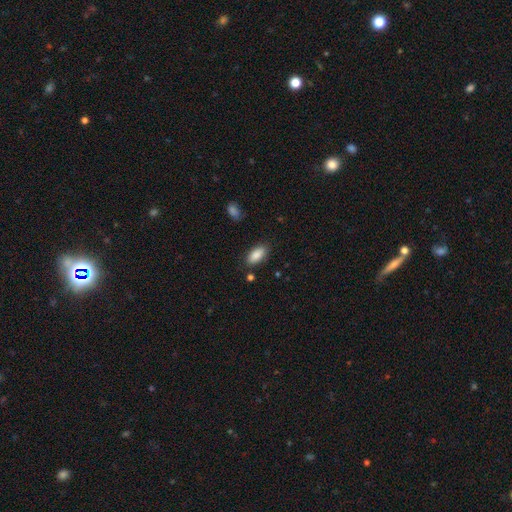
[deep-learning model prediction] Q: Smooth or featured?
A: smooth (88%); runner-up: star or artifact (7%)
Q: How rounded?
A: in between (89%); runner-up: cigar-shaped (9%)
Q: Merging?
A: none (84%); runner-up: minor disturbance (11%)